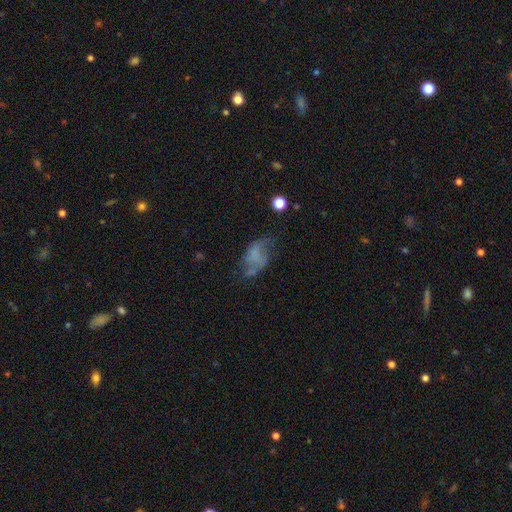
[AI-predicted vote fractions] featured or disk 45%, smooth 41%, star or artifact 13%. Down the decision tree: merging — none (36%).